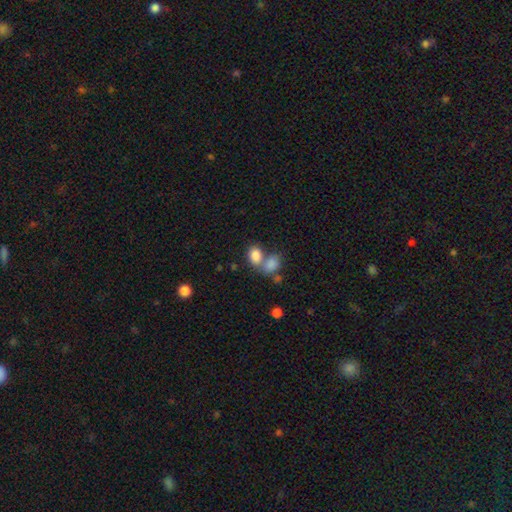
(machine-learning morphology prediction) Smooth or featured? smooth (84%)
How rounded? in between (70%)
Merging? merger (51%)